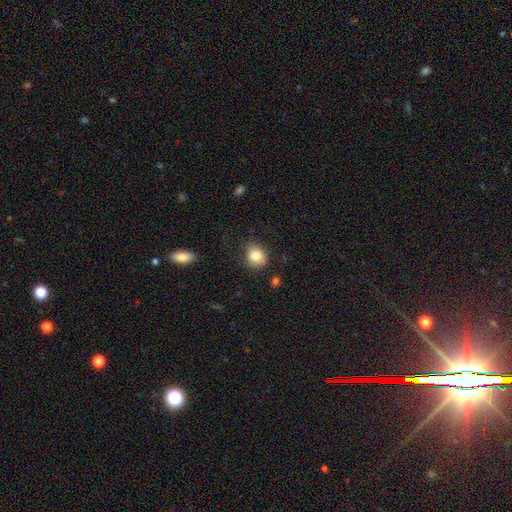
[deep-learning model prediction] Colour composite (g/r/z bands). It shows a smooth galaxy with no disk features (85%) that is round (76%). Merging: none (69%).